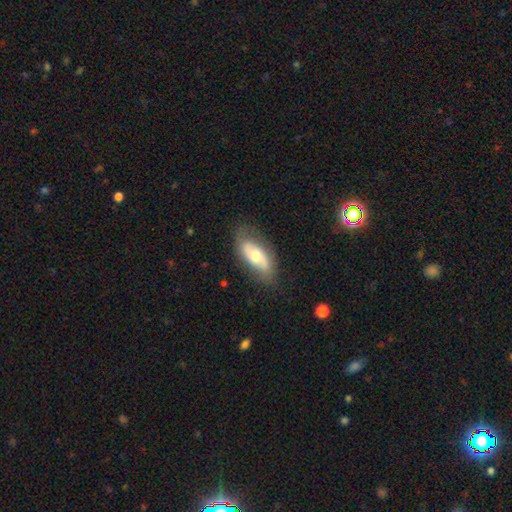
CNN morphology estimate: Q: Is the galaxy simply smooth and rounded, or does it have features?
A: smooth — 49%.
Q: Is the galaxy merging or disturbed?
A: none — 73%.